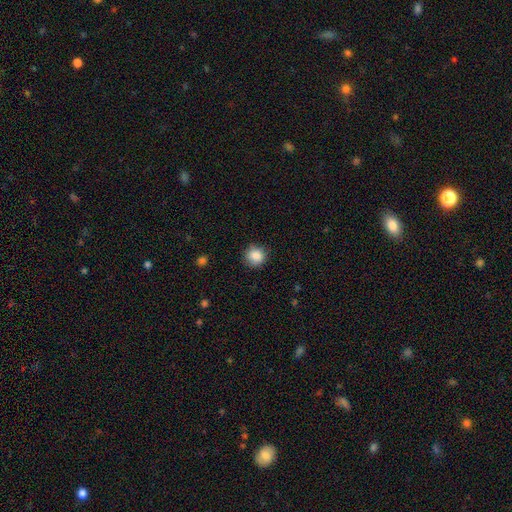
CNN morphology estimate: A smooth galaxy with no disk features (87%) that is round (91%). Merging: none (85%).